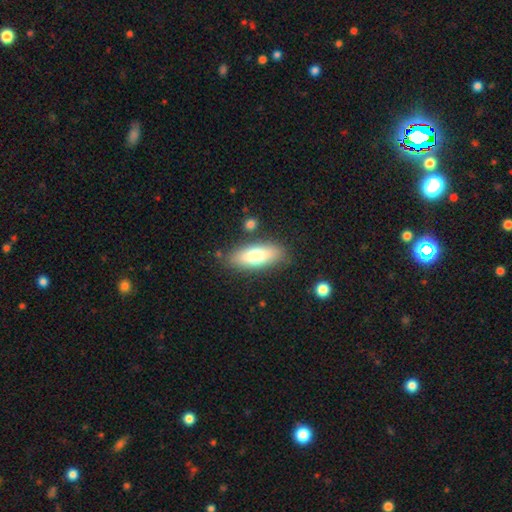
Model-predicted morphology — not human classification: smooth-or-featured: smooth: 72% | featured or disk: 21% | star or artifact: 6%
  how-rounded: in between: 74% | cigar-shaped: 24% | round: 3%
  merging: none: 83% | minor disturbance: 11% | merger: 3% | major disturbance: 3%